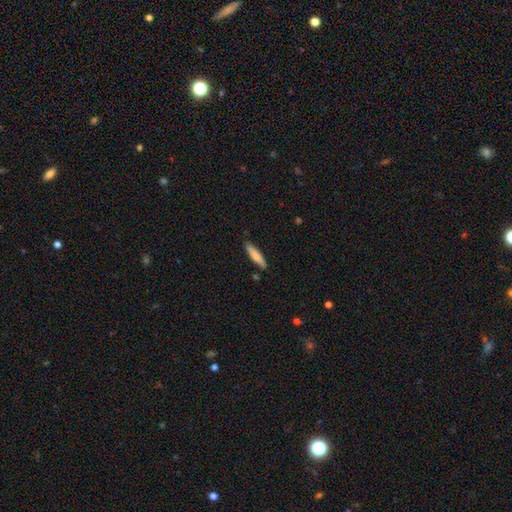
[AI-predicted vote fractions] smooth 76%, featured or disk 18%, star or artifact 6%. Down the decision tree: how rounded — cigar-shaped (83%); merging — none (80%).